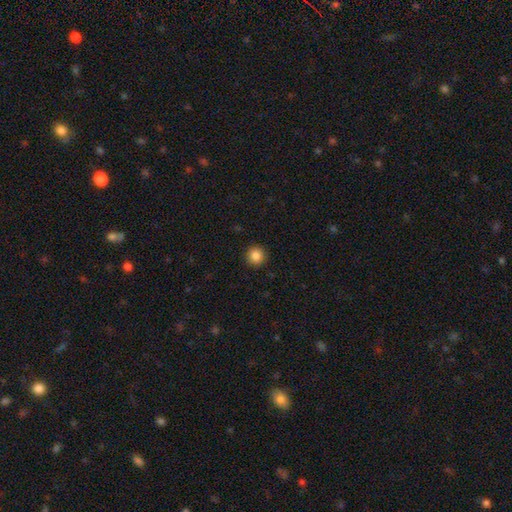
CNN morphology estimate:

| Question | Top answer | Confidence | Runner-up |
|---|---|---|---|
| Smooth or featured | smooth | 84% | star or artifact (10%) |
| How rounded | round | 95% | in between (4%) |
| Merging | none | 92% | minor disturbance (5%) |